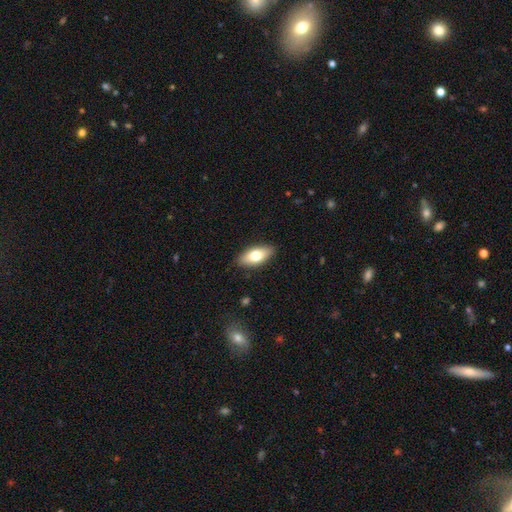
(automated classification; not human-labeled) smooth 71%, featured or disk 22%, star or artifact 7%. Down the decision tree: how rounded — in between (85%); merging — none (88%).